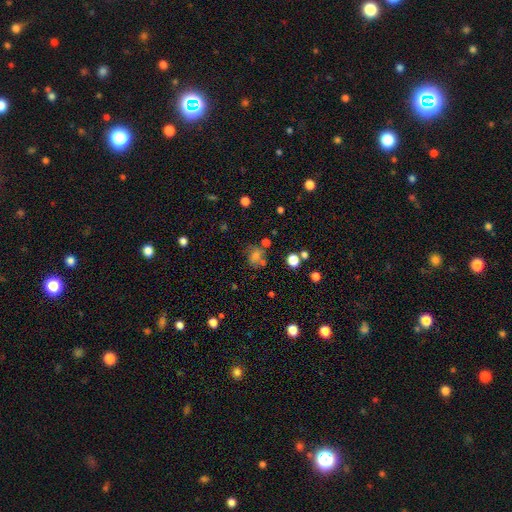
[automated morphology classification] A smooth galaxy with no disk features (66%) that is round (69%). Merging: none (63%).